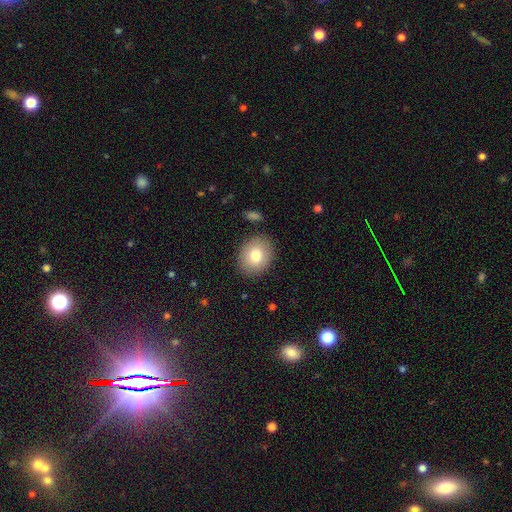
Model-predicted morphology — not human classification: smooth 79%, featured or disk 13%, star or artifact 8%. Down the decision tree: how rounded — round (54%); merging — none (86%).